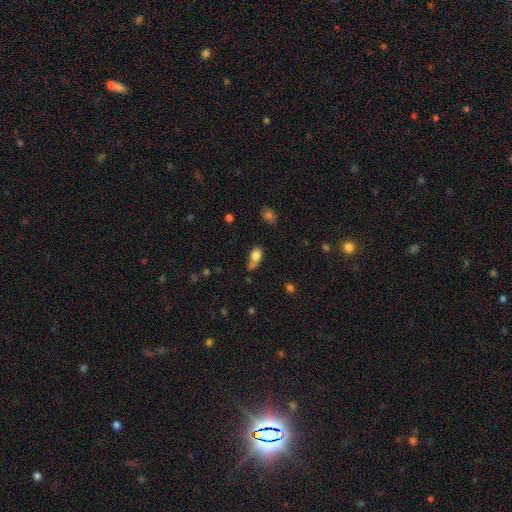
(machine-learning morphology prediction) smooth 79%, featured or disk 11%, star or artifact 10%. Down the decision tree: how rounded — in between (68%); merging — none (34%).